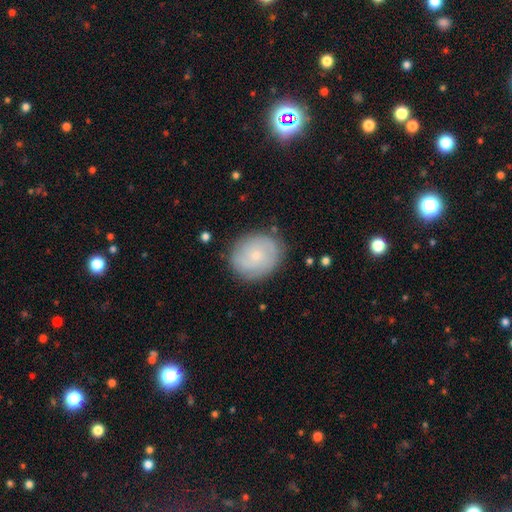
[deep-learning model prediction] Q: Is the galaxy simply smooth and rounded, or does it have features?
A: featured or disk — 47%.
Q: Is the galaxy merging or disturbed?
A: none — 82%.